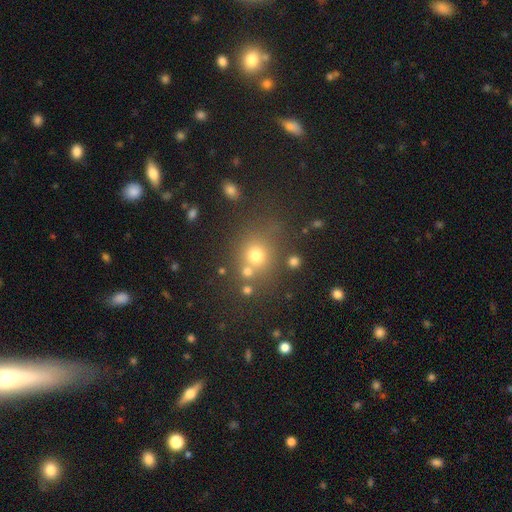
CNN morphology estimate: Overall: smooth (69%). How rounded: round (79%). Merging: none (67%).